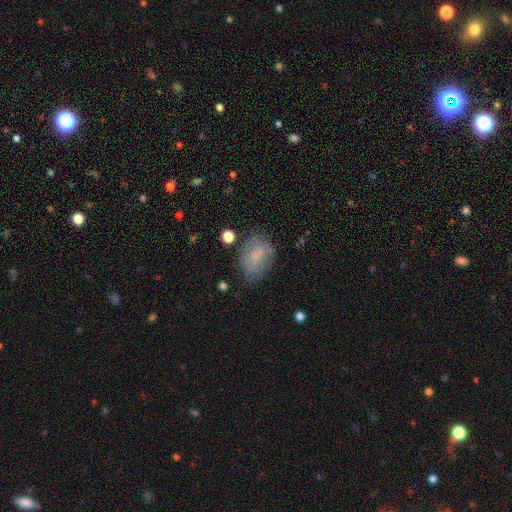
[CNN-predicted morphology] Overall: smooth (65%). How rounded: in between (71%). Merging: none (63%; minor disturbance 25%).